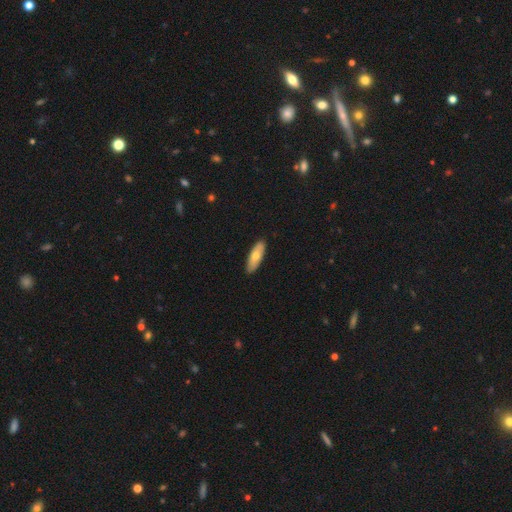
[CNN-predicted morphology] Smooth or featured?
  - smooth: 65% *
  - featured or disk: 29%
  - star or artifact: 5%
How rounded?
  - in between: 62% *
  - cigar-shaped: 35%
  - round: 2%
Merging?
  - none: 90% *
  - minor disturbance: 8%
  - major disturbance: 1%
  - merger: 1%